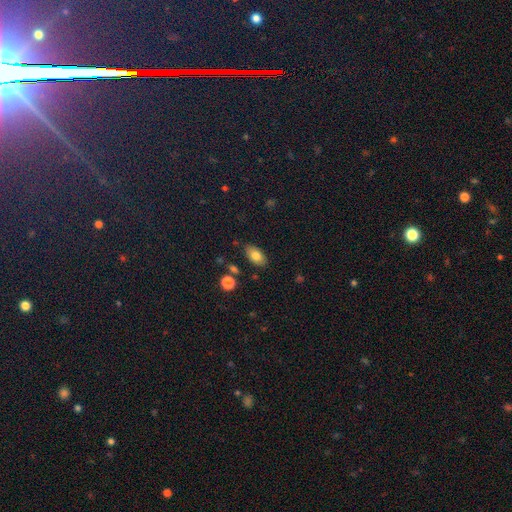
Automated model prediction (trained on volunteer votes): This appears to be a smooth galaxy with no disk features (79%) that is in between round and cigar-shaped (91%). Merging: none (83%).